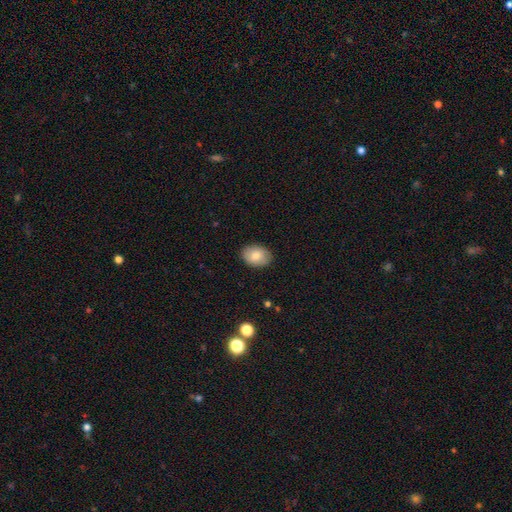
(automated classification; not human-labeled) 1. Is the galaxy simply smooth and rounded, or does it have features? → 82% smooth, 11% featured or disk, 7% star or artifact.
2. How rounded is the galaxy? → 74% in between, 25% round, 1% cigar-shaped.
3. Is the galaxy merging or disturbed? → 88% none, 9% minor disturbance, 2% major disturbance, 1% merger.